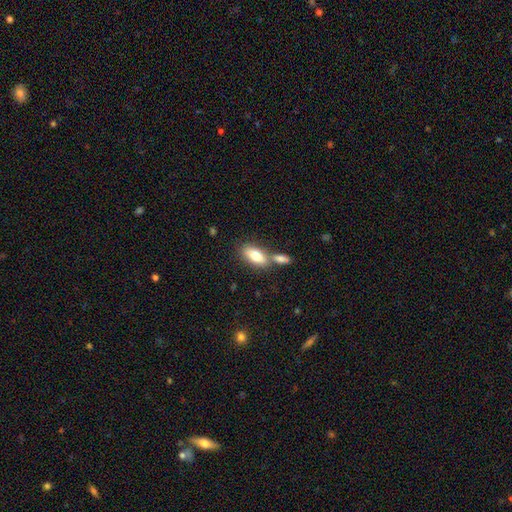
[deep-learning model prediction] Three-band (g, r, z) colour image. It shows a smooth galaxy with no disk features (75%) that is in between round and cigar-shaped (84%). Merging: none (52%).